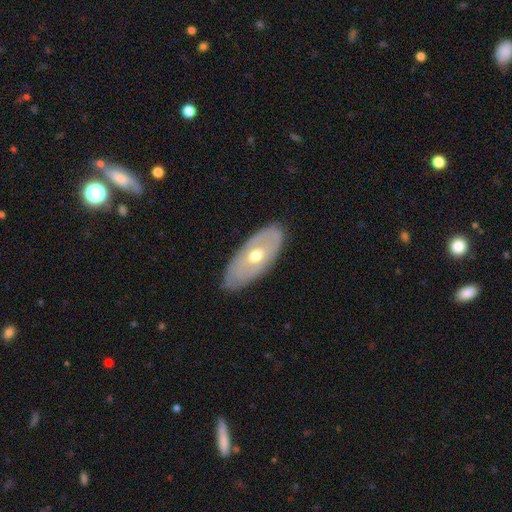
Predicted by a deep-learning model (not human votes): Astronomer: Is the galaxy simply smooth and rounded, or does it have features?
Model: featured or disk — 58% (runner-up: smooth, 37%).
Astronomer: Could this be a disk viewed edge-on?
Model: no — 79%.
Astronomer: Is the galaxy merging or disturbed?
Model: none — 82%.